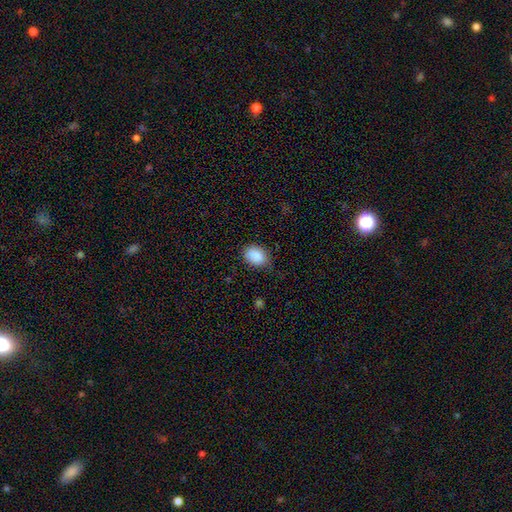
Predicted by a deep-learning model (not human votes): Smooth or featured? Predicted: smooth (p=0.89). How rounded? Predicted: in between (p=0.75). Merging? Predicted: none (p=0.73).